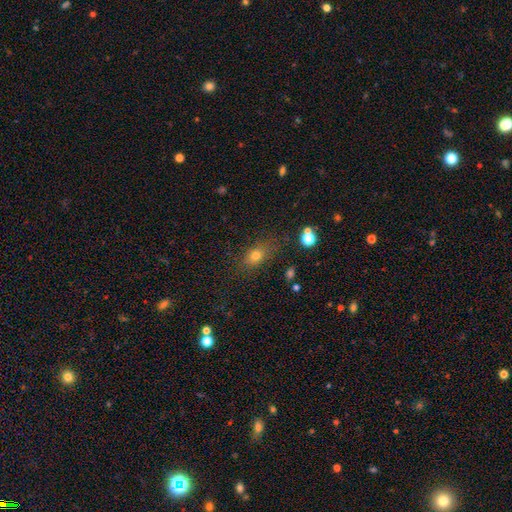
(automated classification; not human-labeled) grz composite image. It shows a smooth galaxy with no disk features (72%) that is in between round and cigar-shaped (64%). Merging: none (76%).